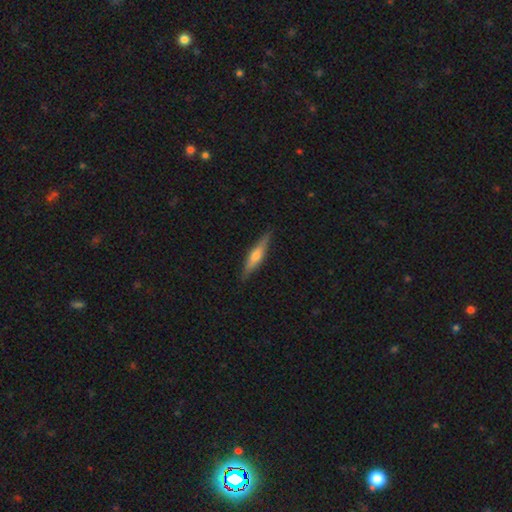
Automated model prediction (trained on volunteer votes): The model was most divided on "smooth or featured": featured or disk: 55%, smooth: 39%, star or artifact: 6%. More confident: edge-on disk — yes (95%); merging — none (89%); edge-on bulge — rounded (86%).